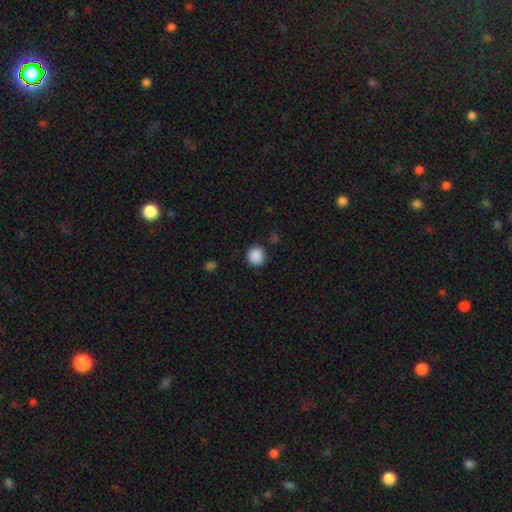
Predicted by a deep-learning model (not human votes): Overall: smooth (88%). How rounded: round (91%). Merging: none (87%).